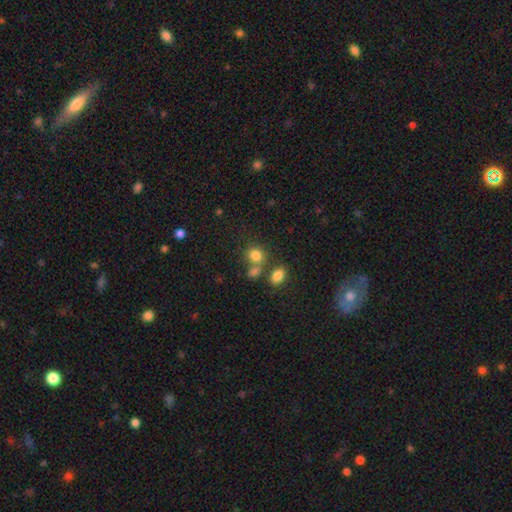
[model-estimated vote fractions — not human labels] Smooth or featured?
  - smooth: 81% *
  - star or artifact: 12%
  - featured or disk: 7%
How rounded?
  - round: 62% *
  - in between: 37%
  - cigar-shaped: 1%
Merging?
  - none: 53% *
  - merger: 30%
  - minor disturbance: 11%
  - major disturbance: 6%